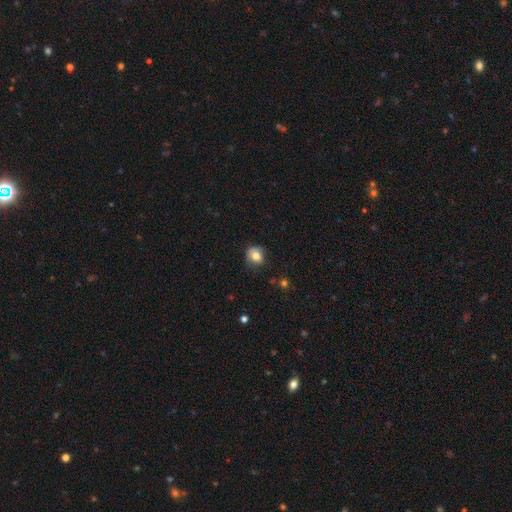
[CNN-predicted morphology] smooth 77%, featured or disk 12%, star or artifact 11%. Down the decision tree: how rounded — round (71%); merging — none (67%).